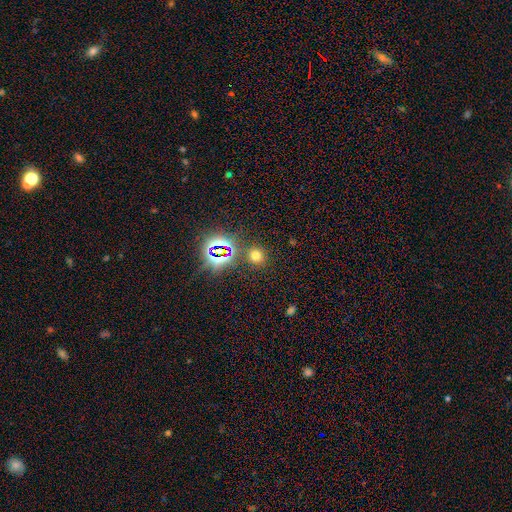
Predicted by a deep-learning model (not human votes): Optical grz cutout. It shows a smooth galaxy with no disk features (62%) that is round (86%). Merging: none (85%).